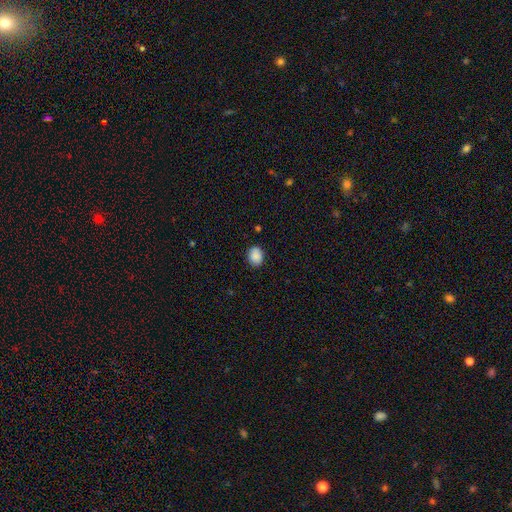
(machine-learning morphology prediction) A smooth galaxy with no disk features (89%) that is in between round and cigar-shaped (63%). Merging: none (85%).